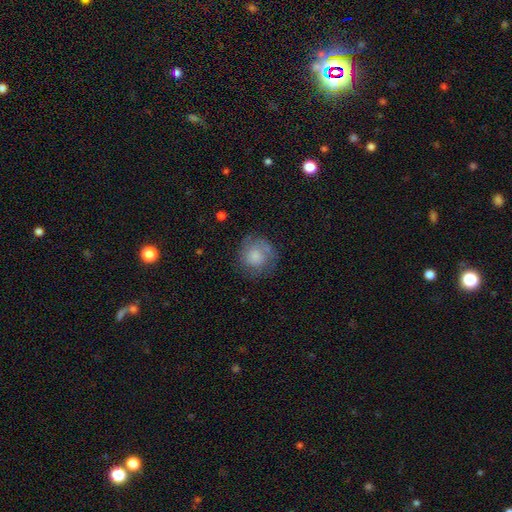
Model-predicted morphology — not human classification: The model was most divided on "smooth or featured": smooth: 67%, featured or disk: 25%, star or artifact: 8%. More confident: how rounded — round (92%); merging — none (71%).